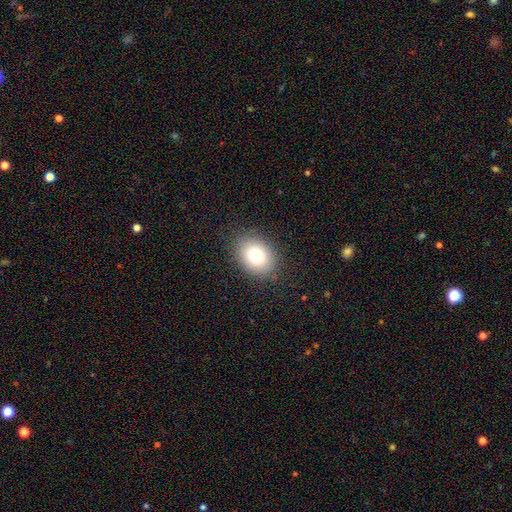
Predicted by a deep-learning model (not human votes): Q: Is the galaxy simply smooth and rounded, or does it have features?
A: smooth — 77%.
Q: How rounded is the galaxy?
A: in between — 65%.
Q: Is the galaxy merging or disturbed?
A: none — 86%.